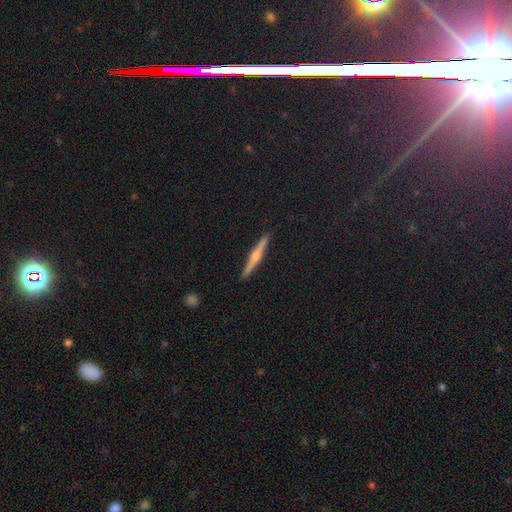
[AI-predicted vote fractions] Smooth or featured: featured or disk — 67% (smooth — 26%)
Edge-on disk: yes — 98% (no — 2%)
Edge-on bulge: rounded — 77% (boxy — 12%)
Merging: none — 92% (minor disturbance — 6%)